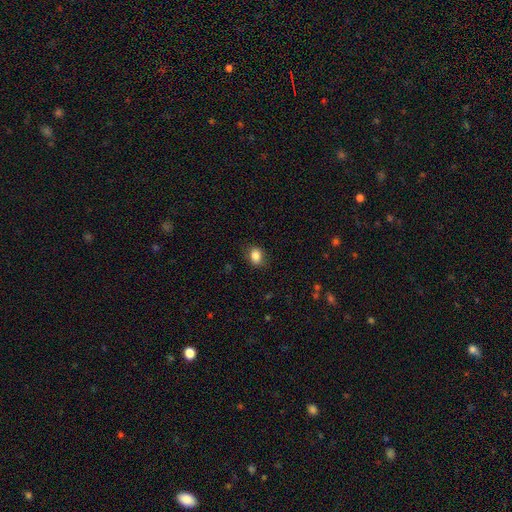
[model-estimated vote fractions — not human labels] Smooth or featured?
  - smooth: 86% *
  - star or artifact: 9%
  - featured or disk: 5%
How rounded?
  - in between: 65% *
  - round: 33%
  - cigar-shaped: 1%
Merging?
  - none: 81% *
  - minor disturbance: 14%
  - major disturbance: 4%
  - merger: 1%